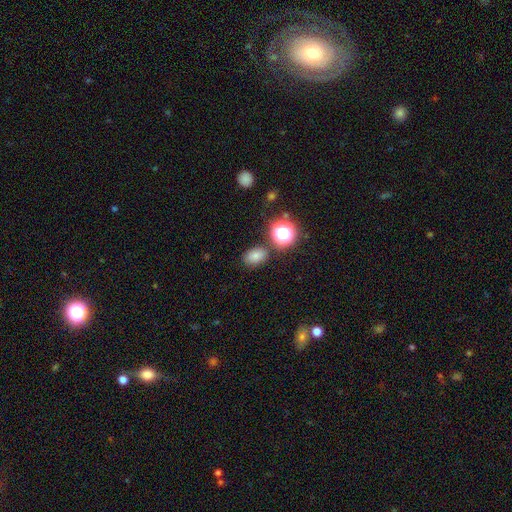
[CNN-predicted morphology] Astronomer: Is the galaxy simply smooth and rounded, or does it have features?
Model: smooth — 74%.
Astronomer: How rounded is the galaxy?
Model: in between — 75%.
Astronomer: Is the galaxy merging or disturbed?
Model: none — 80%.